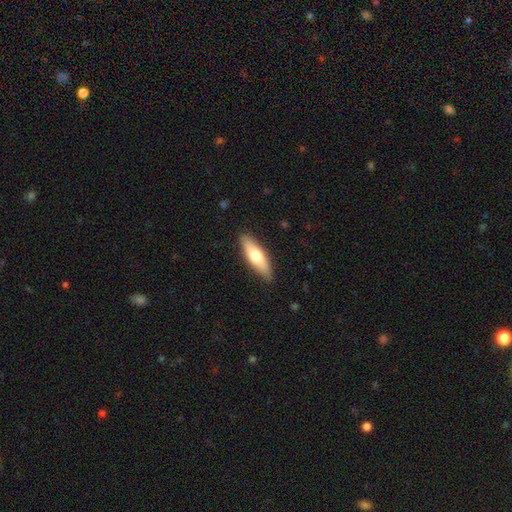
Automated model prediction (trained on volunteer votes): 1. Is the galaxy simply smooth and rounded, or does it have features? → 64% smooth, 31% featured or disk, 5% star or artifact.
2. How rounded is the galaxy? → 51% cigar-shaped, 47% in between, 2% round.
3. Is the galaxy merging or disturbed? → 87% none, 10% minor disturbance, 2% major disturbance, 1% merger.